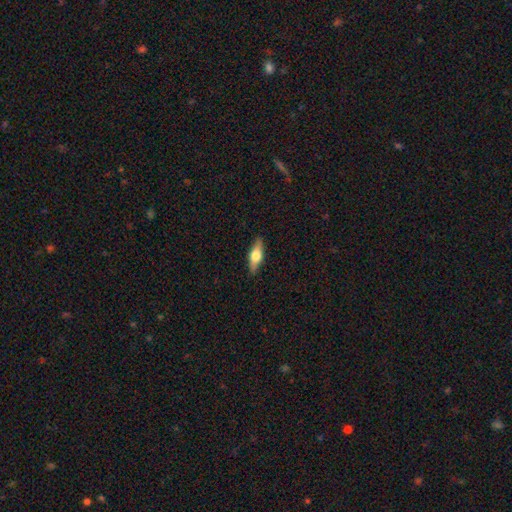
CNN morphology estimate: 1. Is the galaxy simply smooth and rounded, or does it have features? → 52% smooth, 42% featured or disk, 6% star or artifact.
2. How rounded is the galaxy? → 53% in between, 44% cigar-shaped, 3% round.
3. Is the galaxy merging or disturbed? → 88% none, 9% minor disturbance, 2% major disturbance, 1% merger.